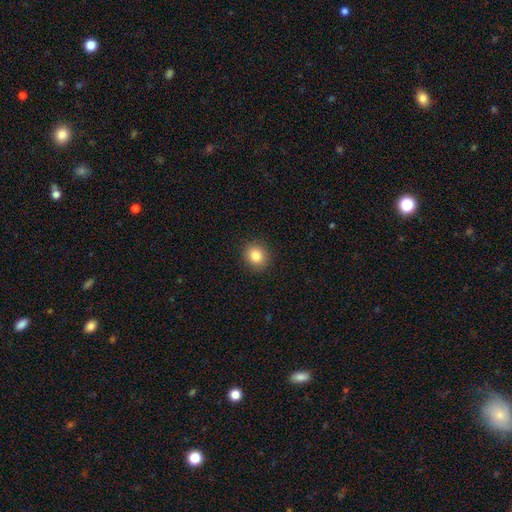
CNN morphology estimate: smooth 85%, star or artifact 10%, featured or disk 5%. Down the decision tree: how rounded — round (77%); merging — none (90%).